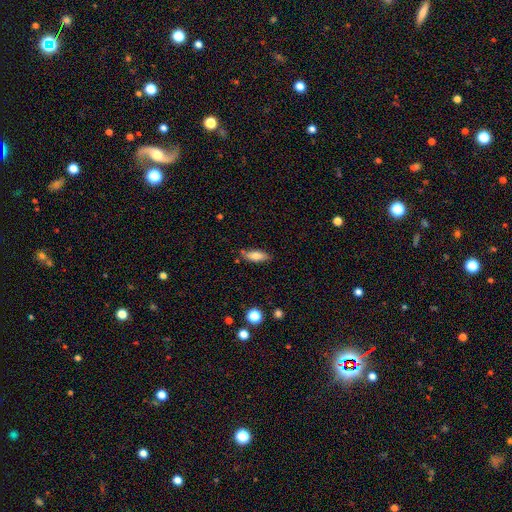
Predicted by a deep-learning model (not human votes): A smooth galaxy with no disk features (74%) that is in between round and cigar-shaped (67%).

Vote fractions:
- Smooth or featured? smooth: 74% / featured or disk: 19% / star or artifact: 7%
- How rounded? in between: 67% / cigar-shaped: 30% / round: 3%
- Merging? none: 78% / minor disturbance: 15% / merger: 4% / major disturbance: 3%